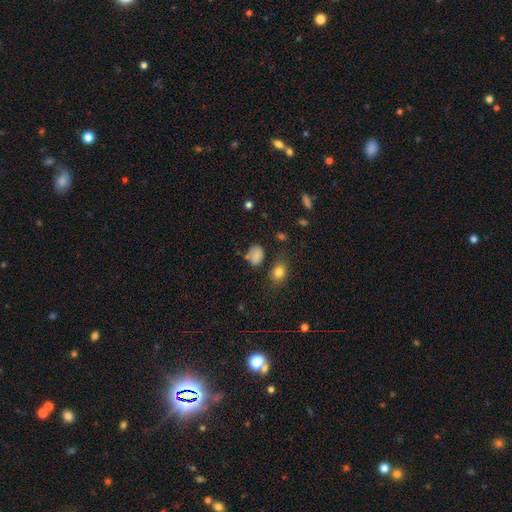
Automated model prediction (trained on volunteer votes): This appears to be a smooth galaxy with no disk features (79%) that is in between round and cigar-shaped (58%). Merging: none (61%).